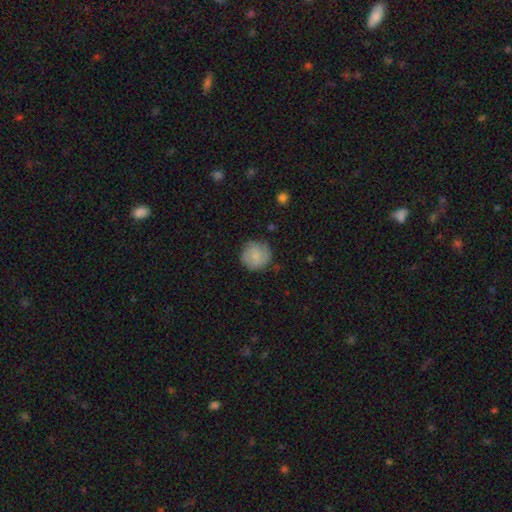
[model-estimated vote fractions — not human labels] Smooth or featured?
  - smooth: 64% *
  - featured or disk: 29%
  - star or artifact: 7%
How rounded?
  - round: 92% *
  - in between: 7%
  - cigar-shaped: 1%
Merging?
  - none: 76% *
  - minor disturbance: 18%
  - major disturbance: 5%
  - merger: 1%